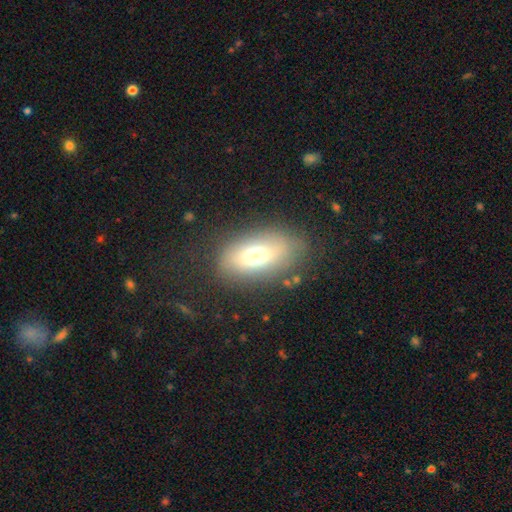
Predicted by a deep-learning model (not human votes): smooth-or-featured: smooth: 67% | featured or disk: 22% | star or artifact: 11%
  how-rounded: in between: 86% | round: 10% | cigar-shaped: 4%
  merging: none: 75% | minor disturbance: 16% | major disturbance: 7% | merger: 2%